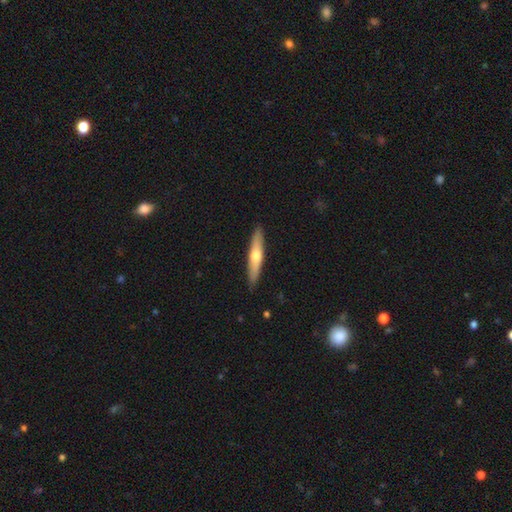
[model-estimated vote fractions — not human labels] featured or disk 48%, smooth 47%, star or artifact 5%. Down the decision tree: merging — none (90%).